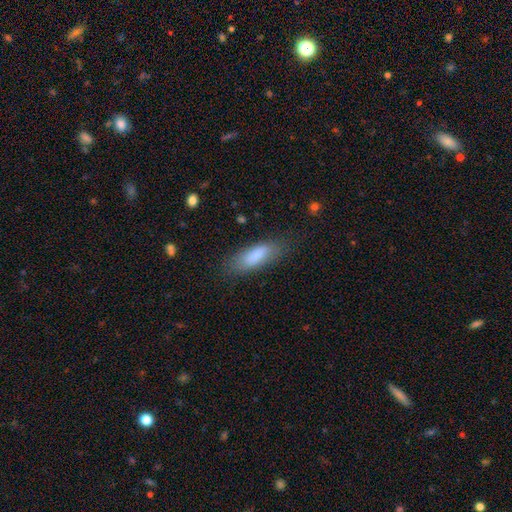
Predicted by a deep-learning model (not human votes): Q: Smooth or featured?
A: smooth (83%); runner-up: featured or disk (11%)
Q: How rounded?
A: in between (60%); runner-up: cigar-shaped (38%)
Q: Merging?
A: none (78%); runner-up: minor disturbance (16%)